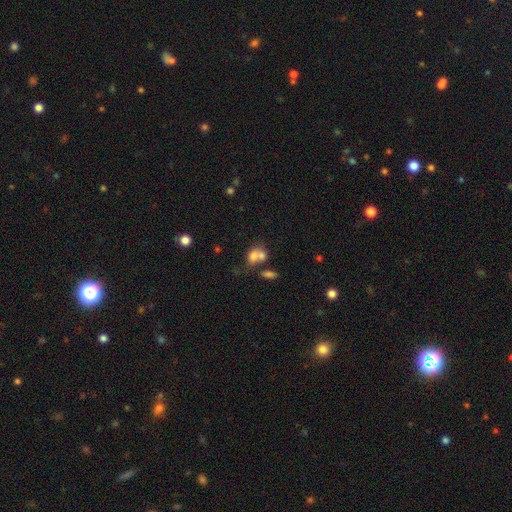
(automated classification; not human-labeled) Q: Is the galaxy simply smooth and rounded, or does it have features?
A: smooth — 71%.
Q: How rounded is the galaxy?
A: in between — 59%.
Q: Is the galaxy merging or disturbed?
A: merger — 56%.